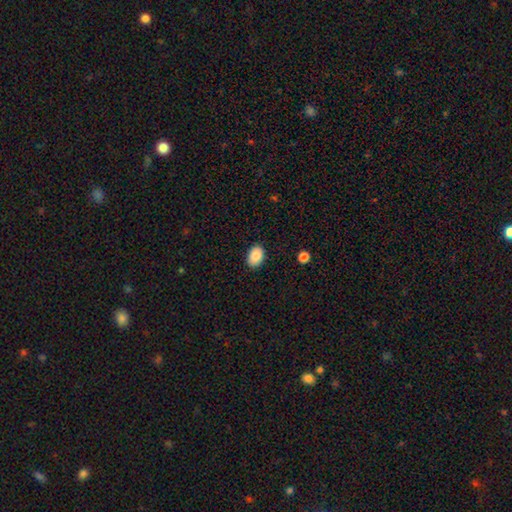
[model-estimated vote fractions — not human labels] A smooth galaxy with no disk features (88%) that is in between round and cigar-shaped (86%).

Vote fractions:
- Smooth or featured? smooth: 88% / star or artifact: 7% / featured or disk: 5%
- How rounded? in between: 86% / round: 13% / cigar-shaped: 1%
- Merging? none: 88% / minor disturbance: 9% / major disturbance: 2% / merger: 1%